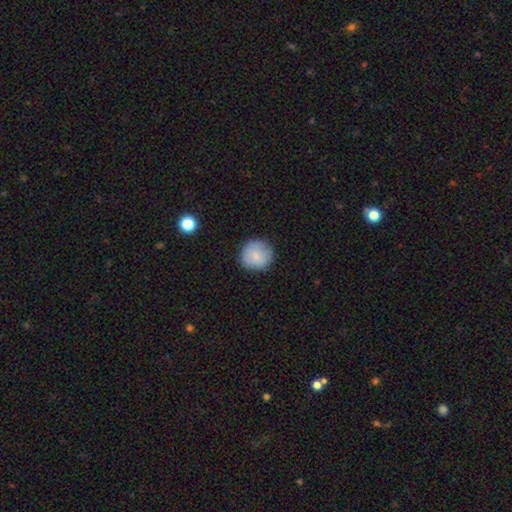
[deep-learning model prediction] smooth_or_featured: smooth (p=0.83) [alt: featured or disk p=0.10]
how_rounded: round (p=0.94) [alt: in between p=0.05]
merging: none (p=0.87) [alt: minor disturbance p=0.10]